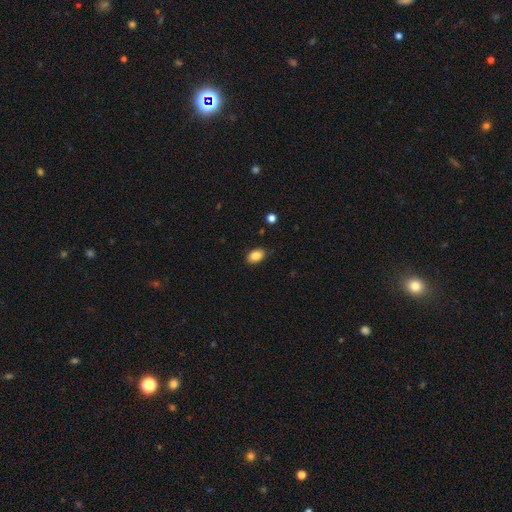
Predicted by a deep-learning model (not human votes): Overall: smooth (87%). How rounded: in between (84%). Merging: none (84%).